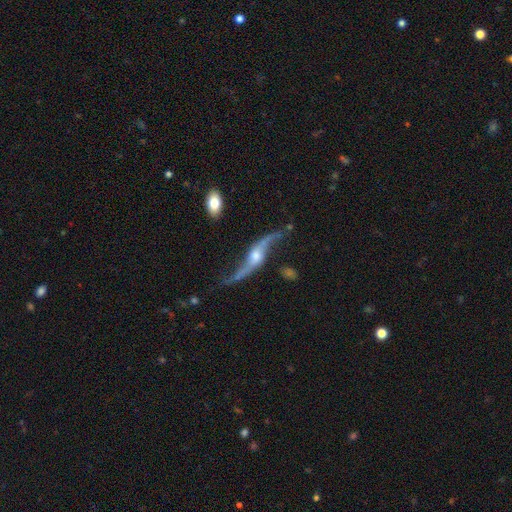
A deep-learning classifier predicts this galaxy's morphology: A featured or disk galaxy (90%) with no bar (55%), 2 (94%) loose (94%) spiral arms (96%) and a moderate central bulge (56%). Merging: none (71%).